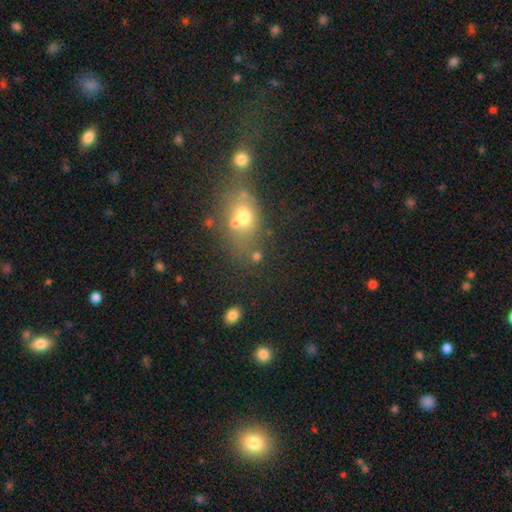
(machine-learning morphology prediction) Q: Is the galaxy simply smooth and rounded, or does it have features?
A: smooth — 60%.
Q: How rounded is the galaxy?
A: in between — 55%.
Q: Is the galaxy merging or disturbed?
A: none — 50%.